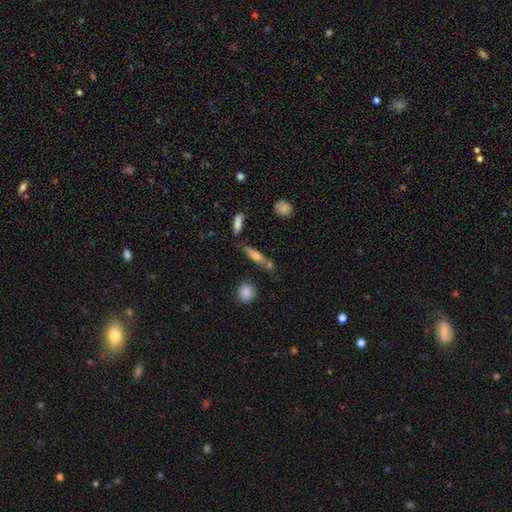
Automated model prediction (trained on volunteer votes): A smooth galaxy with no disk features (58%) that is cigar-shaped (65%).

Vote fractions:
- Smooth or featured? smooth: 58% / featured or disk: 34% / star or artifact: 8%
- How rounded? cigar-shaped: 65% / in between: 31% / round: 4%
- Merging? none: 65% / merger: 15% / minor disturbance: 15% / major disturbance: 4%